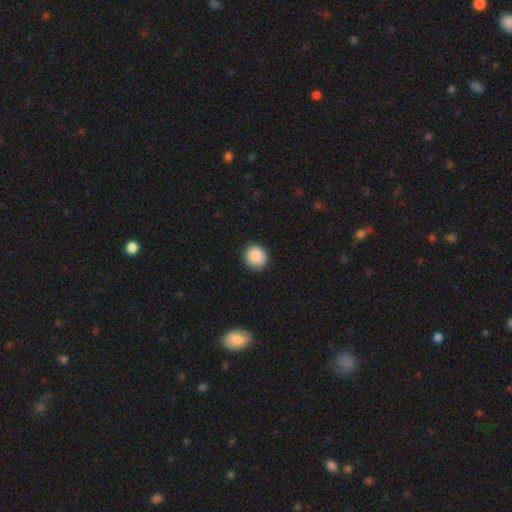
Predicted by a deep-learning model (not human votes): Overall: smooth (89%). How rounded: round (88%). Merging: none (88%).